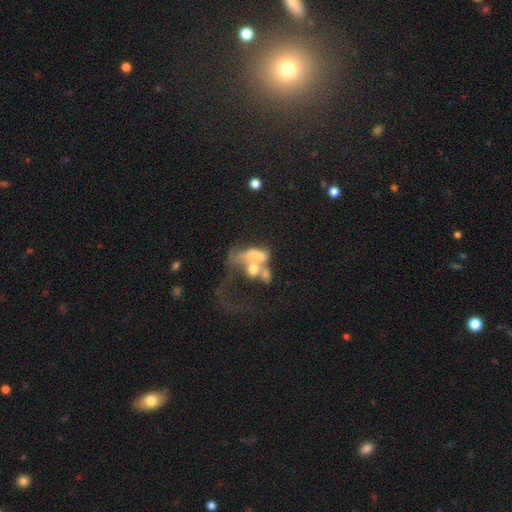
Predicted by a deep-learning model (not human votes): Overall: featured or disk (48%; smooth 41%). Merging: merger (66%).